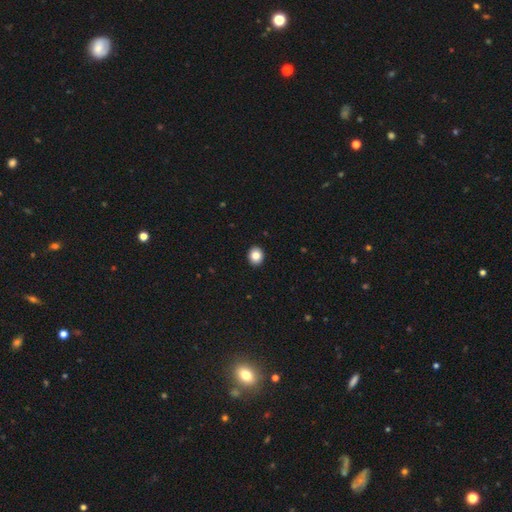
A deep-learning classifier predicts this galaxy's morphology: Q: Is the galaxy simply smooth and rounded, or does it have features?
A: smooth — 85%.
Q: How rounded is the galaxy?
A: round — 59%.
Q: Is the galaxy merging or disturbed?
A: none — 93%.